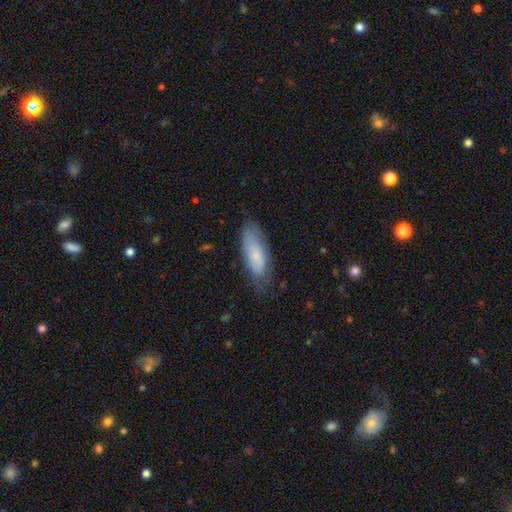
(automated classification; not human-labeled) smooth 65%, featured or disk 27%, star or artifact 7%. Down the decision tree: how rounded — in between (71%); merging — none (68%).